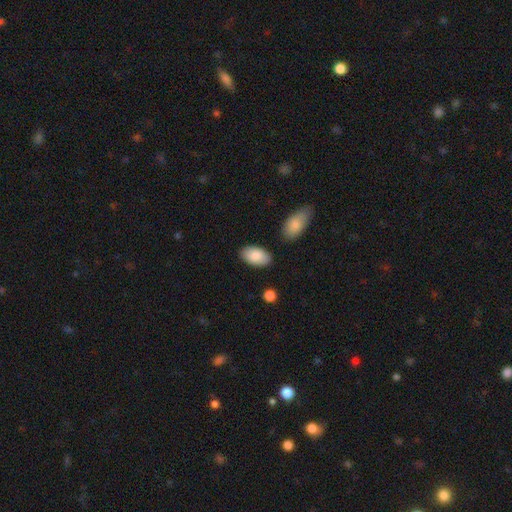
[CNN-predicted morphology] Smooth or featured: smooth — 87% (featured or disk — 7%)
How rounded: in between — 95% (round — 3%)
Merging: none — 84% (minor disturbance — 10%)